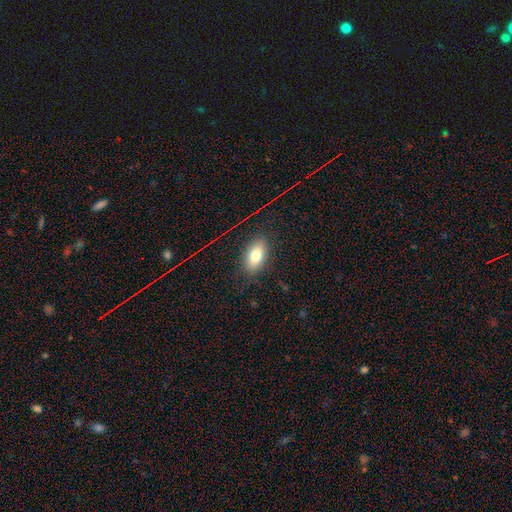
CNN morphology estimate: smooth-or-featured: smooth: 76% | featured or disk: 13% | star or artifact: 11%
  how-rounded: in between: 89% | round: 7% | cigar-shaped: 4%
  merging: none: 84% | minor disturbance: 11% | major disturbance: 4% | merger: 1%